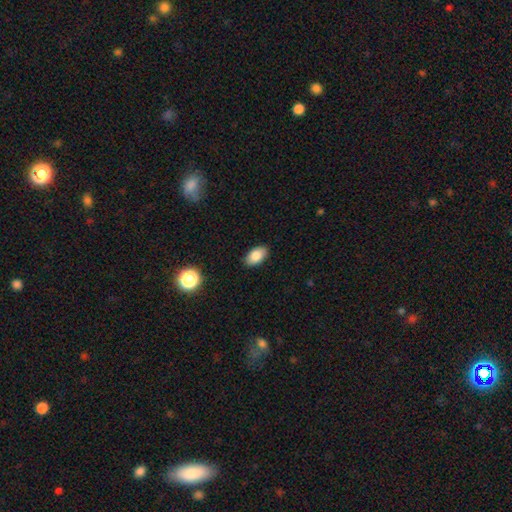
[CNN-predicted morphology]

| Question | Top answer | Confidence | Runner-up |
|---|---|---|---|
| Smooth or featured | smooth | 85% | star or artifact (8%) |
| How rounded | in between | 92% | round (6%) |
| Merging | none | 88% | minor disturbance (9%) |